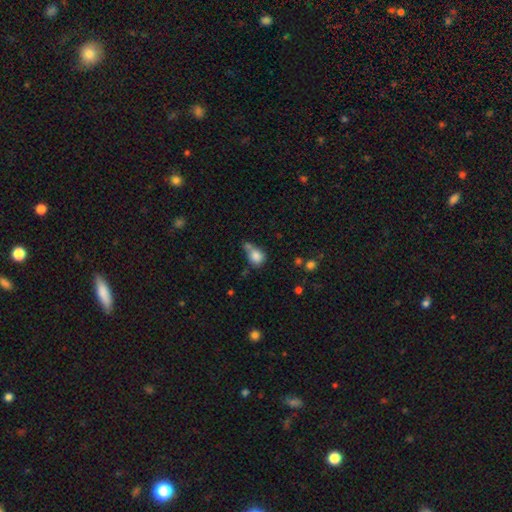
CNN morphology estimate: Smooth or featured: smooth — 81% (star or artifact — 10%)
How rounded: round — 54% (in between — 44%)
Merging: none — 35% (merger — 33%)